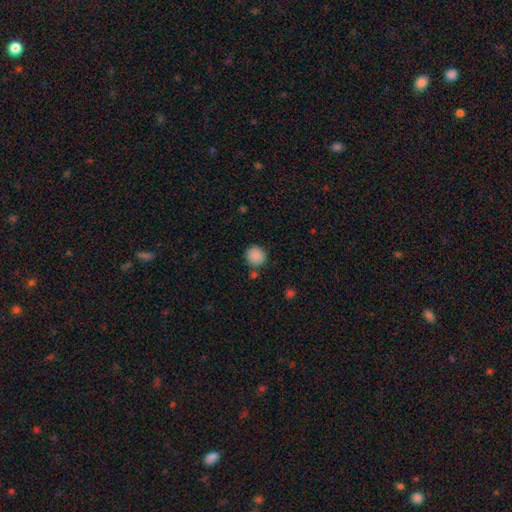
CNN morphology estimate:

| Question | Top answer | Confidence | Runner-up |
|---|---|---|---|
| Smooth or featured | smooth | 89% | star or artifact (9%) |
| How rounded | round | 91% | in between (8%) |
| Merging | none | 83% | minor disturbance (9%) |